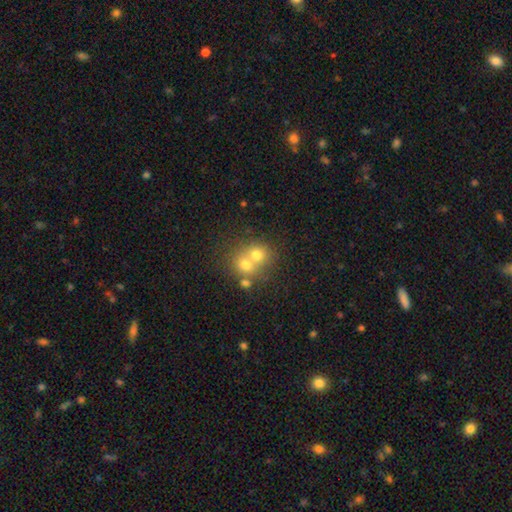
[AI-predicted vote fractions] Smooth or featured? Predicted: smooth (p=0.65). How rounded? Predicted: round (p=0.77). Merging? Predicted: merger (p=0.63).